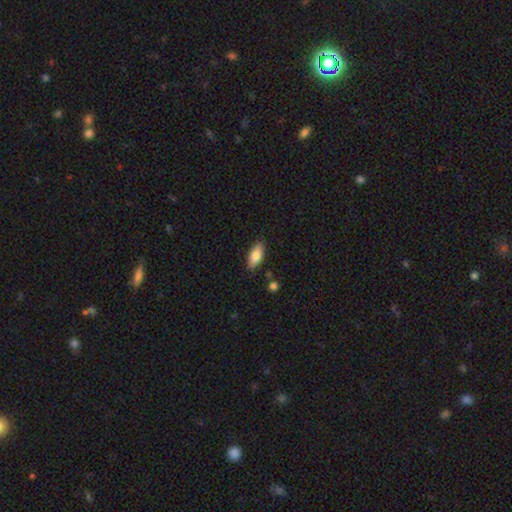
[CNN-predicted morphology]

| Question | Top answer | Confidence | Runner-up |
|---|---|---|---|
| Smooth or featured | smooth | 80% | featured or disk (13%) |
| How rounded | in between | 82% | cigar-shaped (16%) |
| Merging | none | 85% | minor disturbance (11%) |